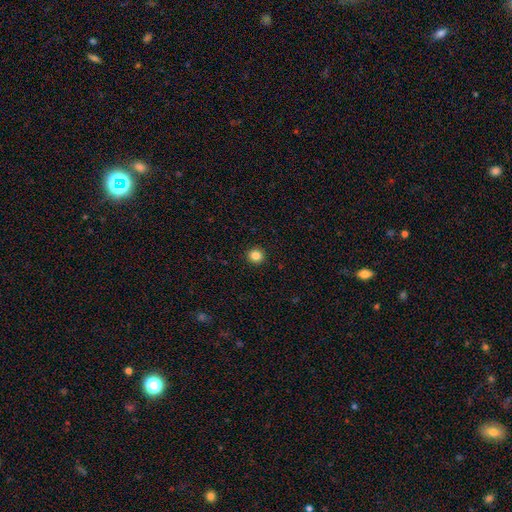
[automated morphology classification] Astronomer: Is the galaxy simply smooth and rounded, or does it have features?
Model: smooth — 84%.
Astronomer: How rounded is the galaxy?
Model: round — 93%.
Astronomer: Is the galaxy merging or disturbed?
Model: none — 93%.